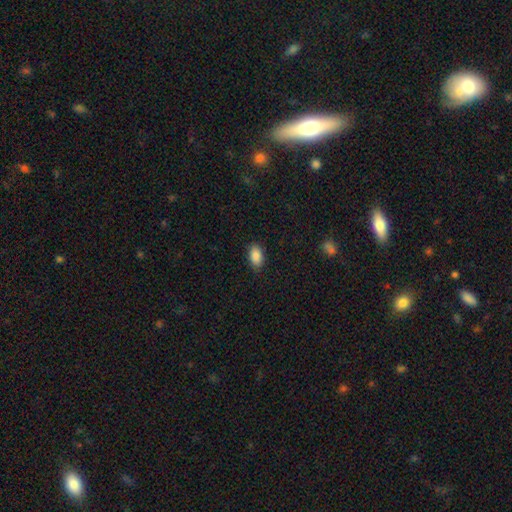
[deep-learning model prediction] smooth-or-featured: smooth: 88% | star or artifact: 8% | featured or disk: 4%
  how-rounded: in between: 91% | round: 7% | cigar-shaped: 2%
  merging: none: 87% | minor disturbance: 10% | major disturbance: 2% | merger: 1%